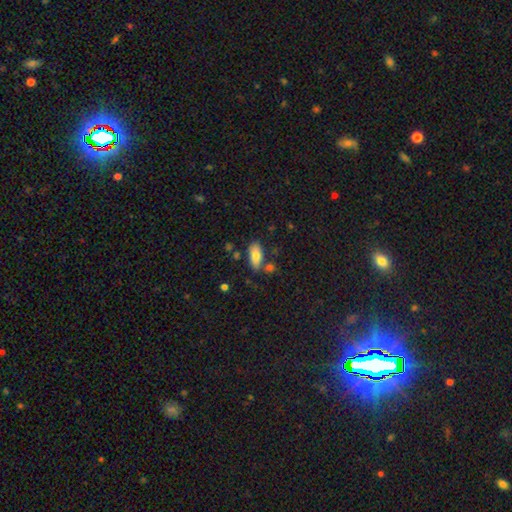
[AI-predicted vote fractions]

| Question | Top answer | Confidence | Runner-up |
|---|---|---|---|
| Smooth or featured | smooth | 80% | featured or disk (13%) |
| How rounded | in between | 87% | cigar-shaped (11%) |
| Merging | none | 73% | minor disturbance (15%) |